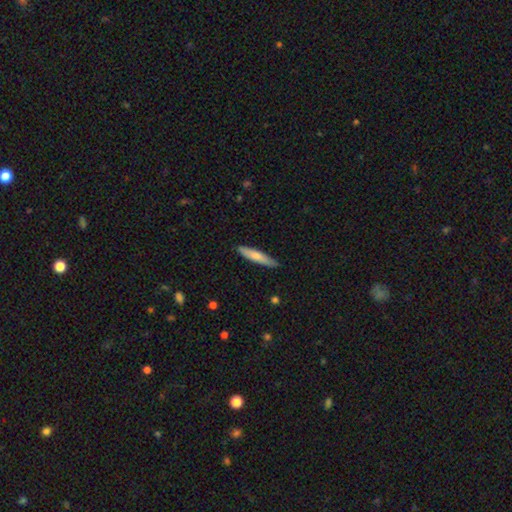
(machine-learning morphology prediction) Overall: smooth (70%). How rounded: cigar-shaped (86%). Merging: none (85%).